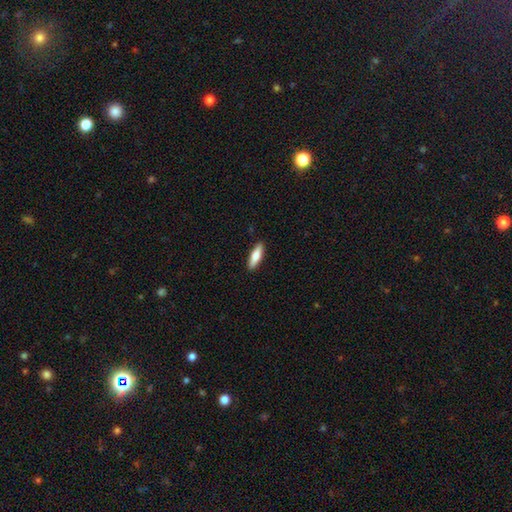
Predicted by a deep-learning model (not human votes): Smooth or featured: smooth — 72% (featured or disk — 22%)
How rounded: cigar-shaped — 57% (in between — 41%)
Merging: none — 90% (minor disturbance — 7%)